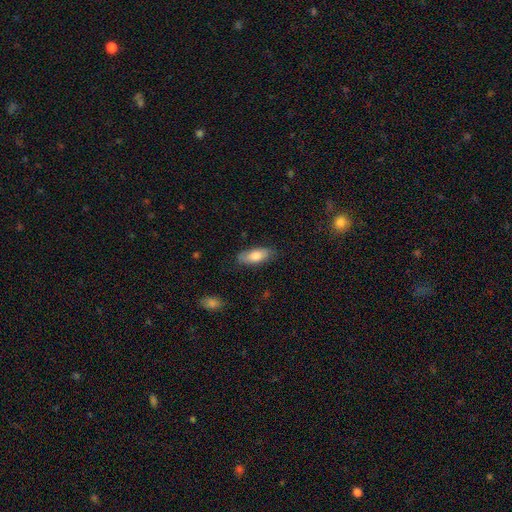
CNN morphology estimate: Smooth or featured? smooth (78%)
How rounded? in between (76%)
Merging? none (80%)